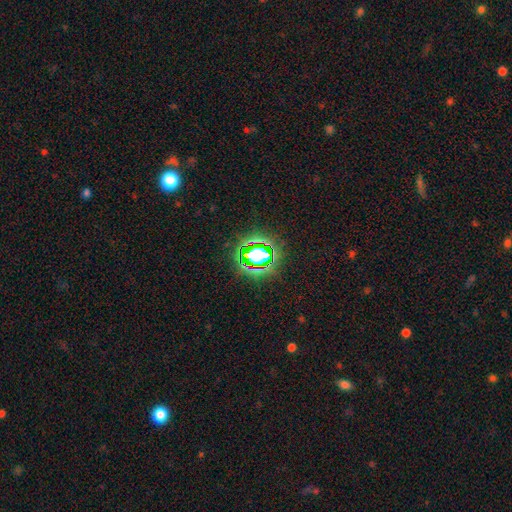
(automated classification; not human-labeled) Morphology: type=star or artifact (61%).